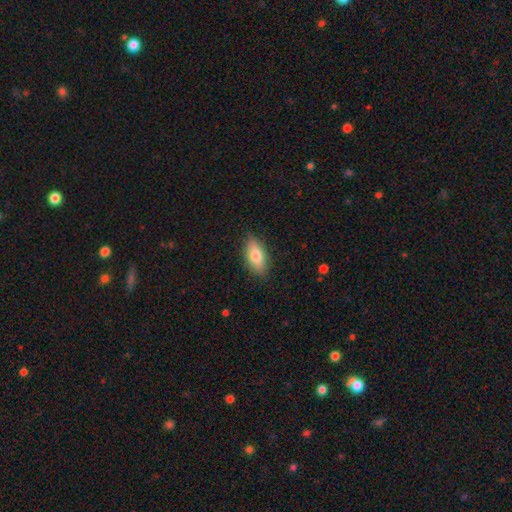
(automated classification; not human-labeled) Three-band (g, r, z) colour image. It shows a smooth galaxy with no disk features (73%) that is in between round and cigar-shaped (80%). Merging: none (86%).